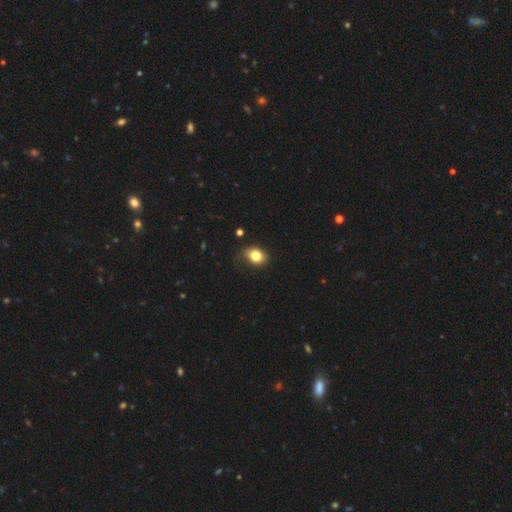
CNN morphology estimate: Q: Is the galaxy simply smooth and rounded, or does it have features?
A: smooth — 80%.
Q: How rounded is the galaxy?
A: in between — 59%.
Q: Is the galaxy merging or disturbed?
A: none — 74%.